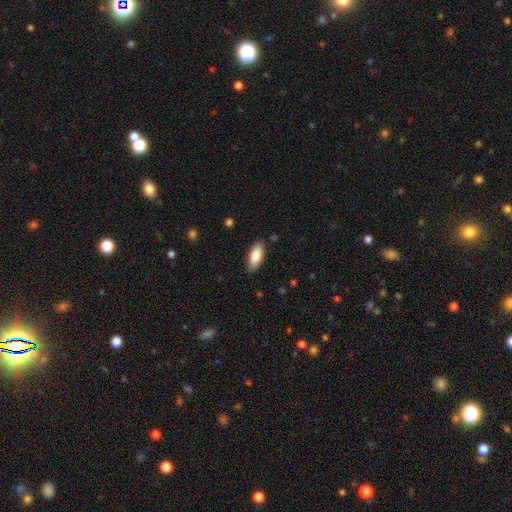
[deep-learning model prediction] A smooth galaxy with no disk features (84%) that is in between round and cigar-shaped (82%). Merging: none (87%).